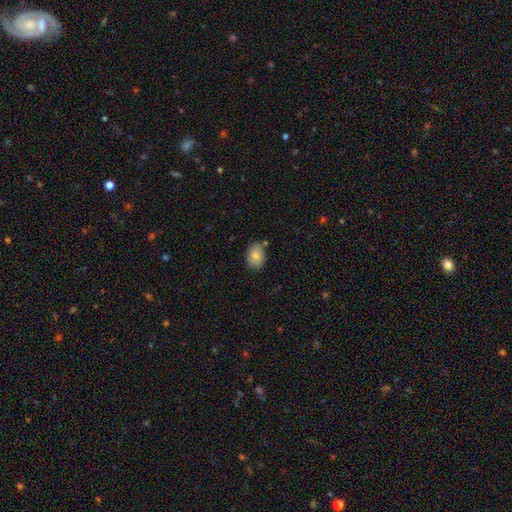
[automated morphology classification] type=smooth (80%); roundness=in between (73%); merging=none (73%).